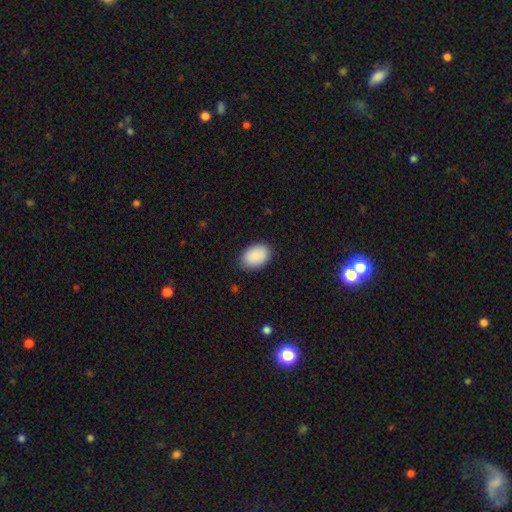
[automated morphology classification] This appears to be a smooth galaxy with no disk features (90%) that is in between round and cigar-shaped (87%). Merging: none (86%).